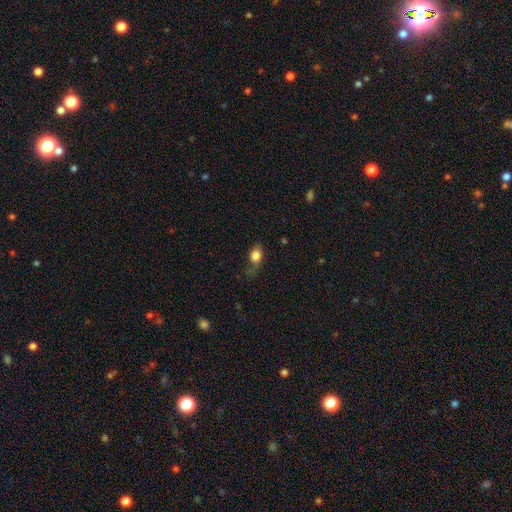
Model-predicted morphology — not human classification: Q: Smooth or featured?
A: smooth (79%); runner-up: featured or disk (12%)
Q: How rounded?
A: in between (65%); runner-up: round (31%)
Q: Merging?
A: none (45%); runner-up: minor disturbance (31%)